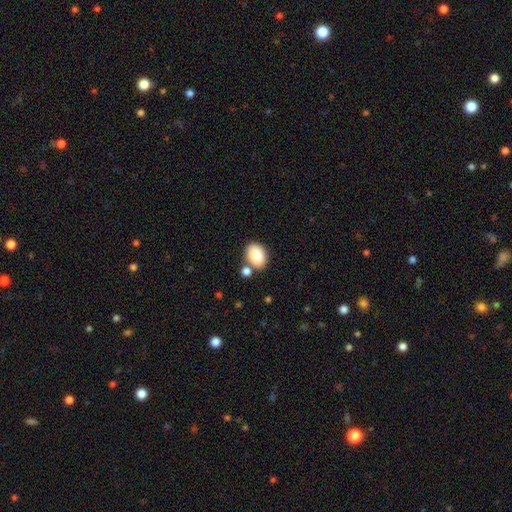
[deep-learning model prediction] Morphology: type=smooth (87%); roundness=in between (79%); merging=none (68%).